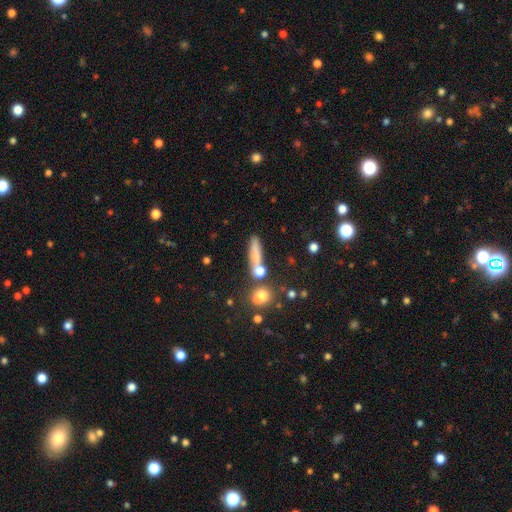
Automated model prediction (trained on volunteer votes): Overall: smooth (68%). How rounded: cigar-shaped (70%). Merging: none (61%).